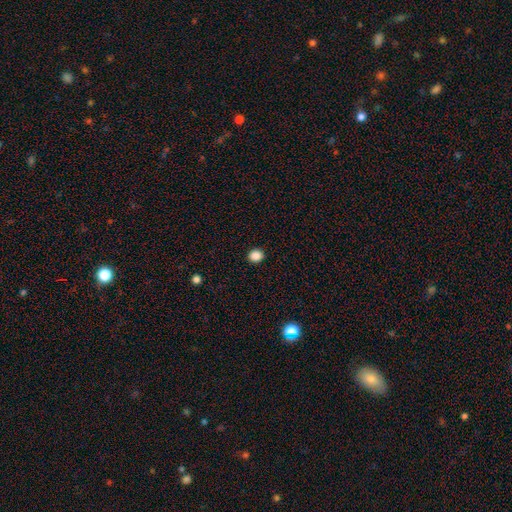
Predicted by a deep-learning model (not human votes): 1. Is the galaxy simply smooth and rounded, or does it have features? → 87% smooth, 10% star or artifact, 3% featured or disk.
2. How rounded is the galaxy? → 77% round, 22% in between, 1% cigar-shaped.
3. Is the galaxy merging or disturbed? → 92% none, 5% minor disturbance, 2% major disturbance, 1% merger.